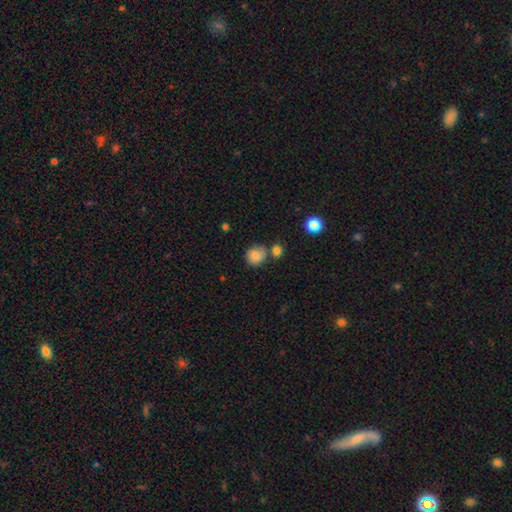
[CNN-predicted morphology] A smooth galaxy with no disk features (81%) that is round (81%).

Vote fractions:
- Smooth or featured? smooth: 81% / featured or disk: 10% / star or artifact: 9%
- How rounded? round: 81% / in between: 18% / cigar-shaped: 1%
- Merging? none: 64% / merger: 16% / minor disturbance: 15% / major disturbance: 4%